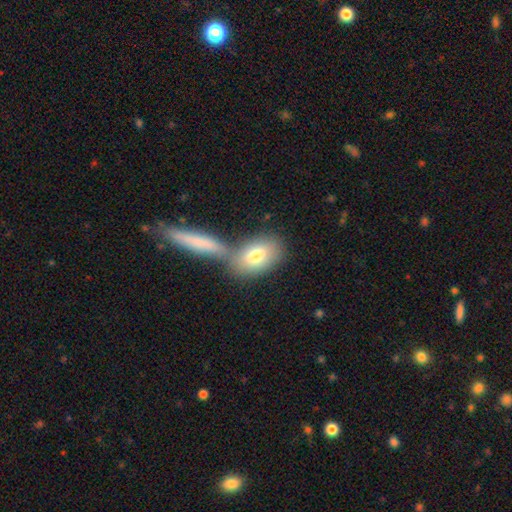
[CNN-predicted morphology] Q: Smooth or featured?
A: smooth (76%); runner-up: featured or disk (17%)
Q: How rounded?
A: in between (83%); runner-up: round (12%)
Q: Merging?
A: none (53%); runner-up: merger (32%)